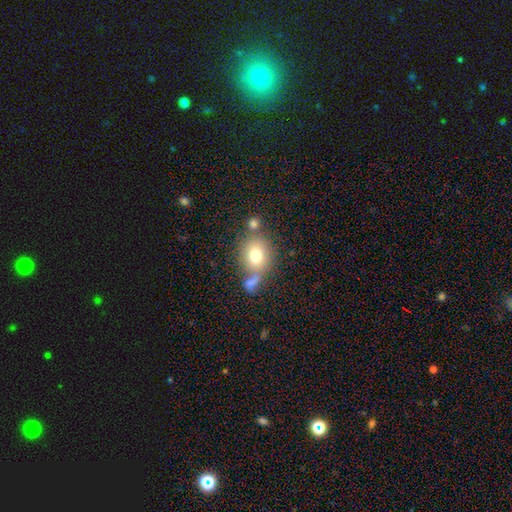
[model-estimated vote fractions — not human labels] A smooth galaxy with no disk features (75%) that is round (66%). Merging: none (52%).